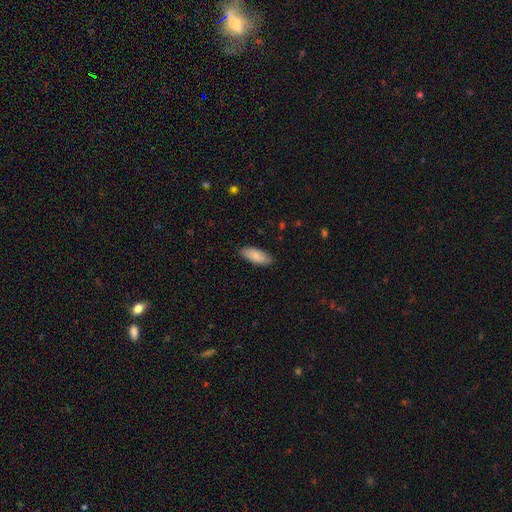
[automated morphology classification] Smooth or featured? smooth (84%)
How rounded? in between (83%)
Merging? none (87%)